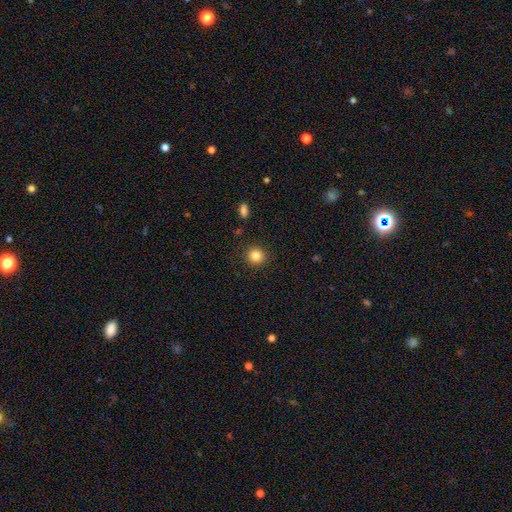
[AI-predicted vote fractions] Smooth or featured? smooth (84%)
How rounded? round (91%)
Merging? none (90%)